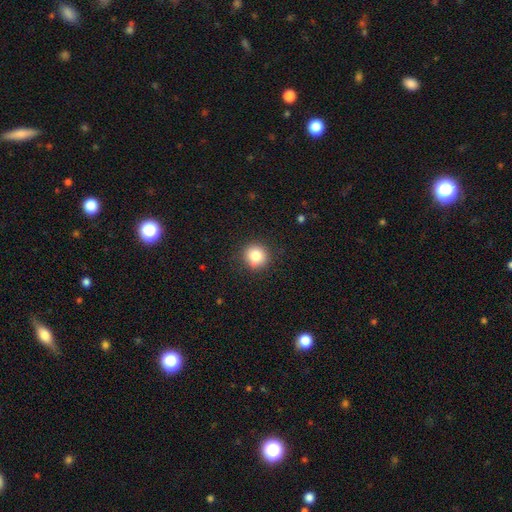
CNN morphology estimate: Smooth or featured: smooth — 83% (star or artifact — 10%)
How rounded: round — 92% (in between — 7%)
Merging: none — 87% (minor disturbance — 9%)